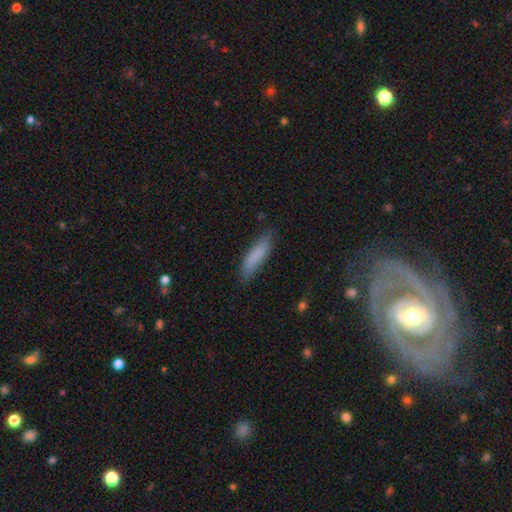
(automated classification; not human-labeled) Overall: smooth (81%). How rounded: cigar-shaped (71%). Merging: none (77%).